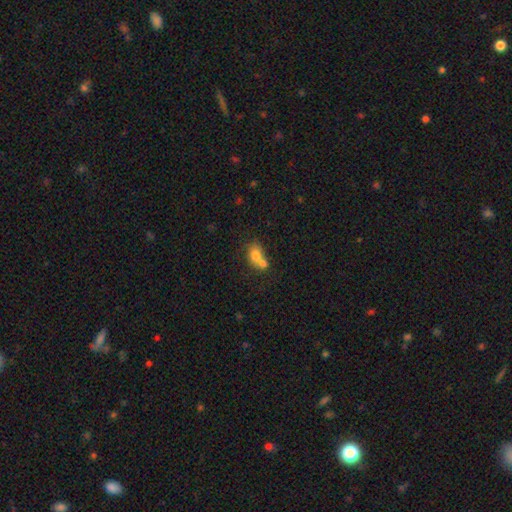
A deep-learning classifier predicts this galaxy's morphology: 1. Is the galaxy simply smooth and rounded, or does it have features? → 73% smooth, 17% featured or disk, 10% star or artifact.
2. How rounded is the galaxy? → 57% in between, 41% round, 2% cigar-shaped.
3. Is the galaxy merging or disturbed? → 66% merger, 21% none, 8% minor disturbance, 4% major disturbance.